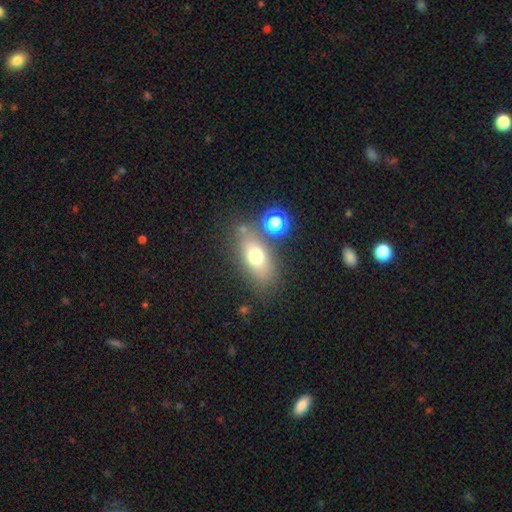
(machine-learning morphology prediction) The model was most divided on "smooth or featured": smooth: 70%, featured or disk: 18%, star or artifact: 12%. More confident: how rounded — in between (76%); merging — none (72%).